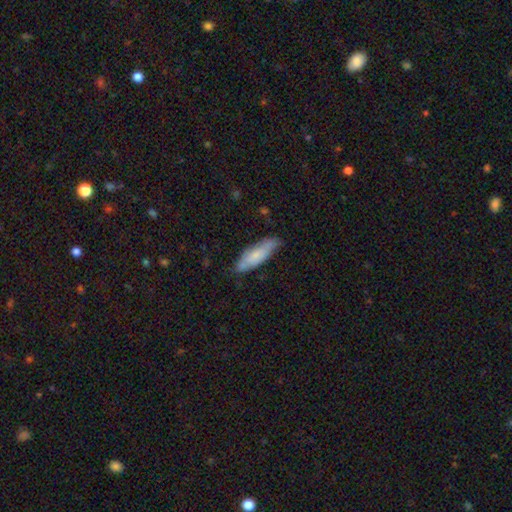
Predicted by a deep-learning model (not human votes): smooth_or_featured: smooth (p=0.72) [alt: featured or disk p=0.22]
how_rounded: cigar-shaped (p=0.53) [alt: in between p=0.45]
merging: none (p=0.73) [alt: minor disturbance p=0.22]